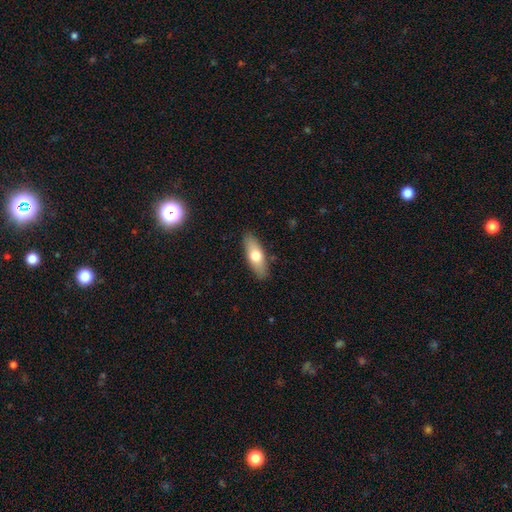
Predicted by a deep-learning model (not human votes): A smooth galaxy with no disk features (68%) that is in between round and cigar-shaped (66%).

Vote fractions:
- Smooth or featured? smooth: 68% / featured or disk: 26% / star or artifact: 6%
- How rounded? in between: 66% / cigar-shaped: 31% / round: 3%
- Merging? none: 87% / minor disturbance: 10% / major disturbance: 2% / merger: 1%